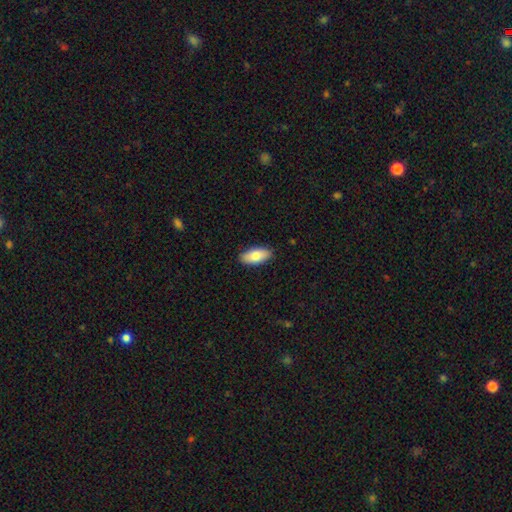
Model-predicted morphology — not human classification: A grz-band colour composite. It shows a smooth galaxy with no disk features (83%) that is in between round and cigar-shaped (90%). Merging: none (89%).